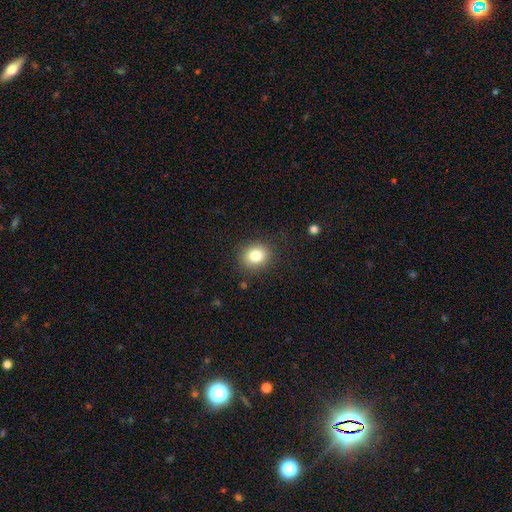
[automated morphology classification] The model was most divided on "how rounded": round: 70%, in between: 30%, cigar-shaped: 1%. More confident: merging — none (86%); smooth or featured — smooth (82%).